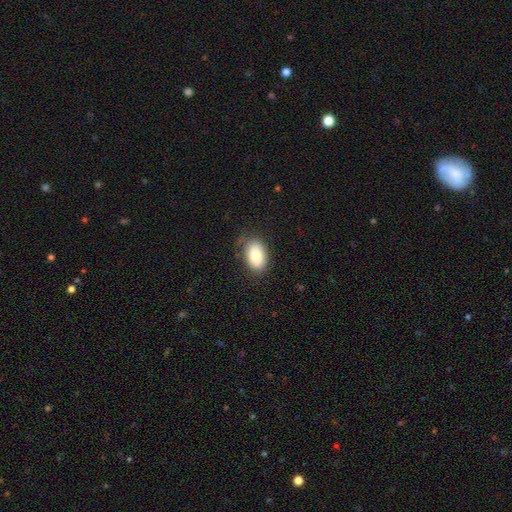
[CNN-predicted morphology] type=smooth (82%); roundness=in between (91%); merging=none (72%).